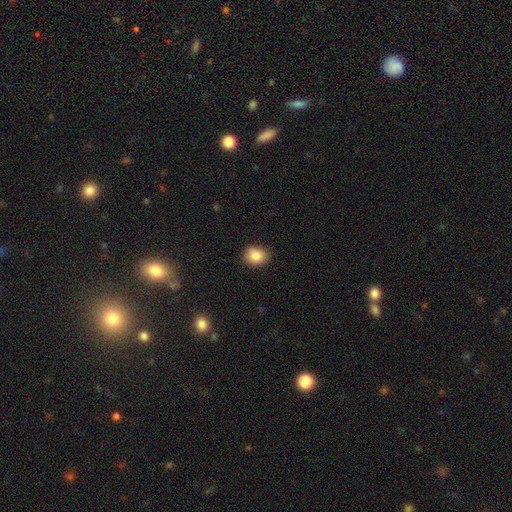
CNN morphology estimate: Q: Smooth or featured?
A: smooth (85%); runner-up: star or artifact (9%)
Q: How rounded?
A: in between (50%); tied with: round (50%)
Q: Merging?
A: none (83%); runner-up: minor disturbance (13%)